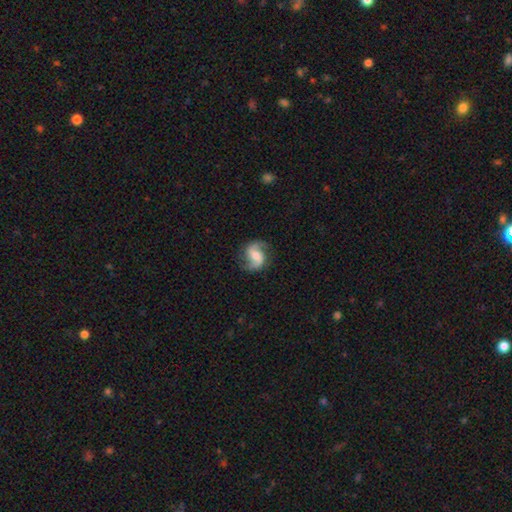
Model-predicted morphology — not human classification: A featured or disk galaxy (85%) with a weak bar (44%), 2 (93%) medium (47%) spiral arms (97%) and a moderate central bulge (61%). Merging: none (82%).